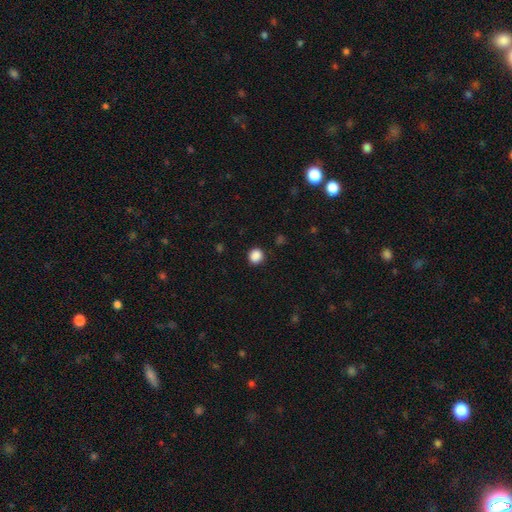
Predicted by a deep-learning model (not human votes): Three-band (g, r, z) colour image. It shows a smooth galaxy with no disk features (88%) that is round (86%). Merging: none (89%).